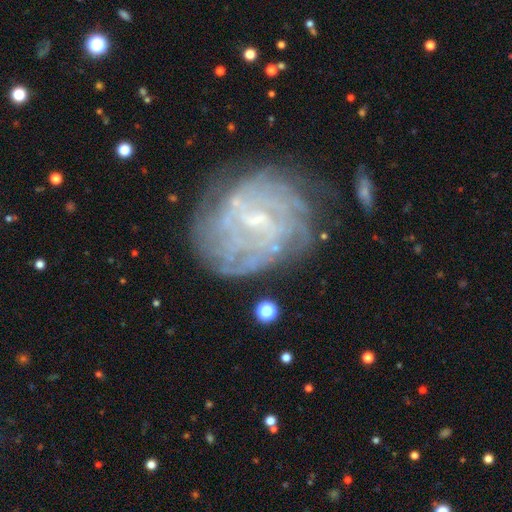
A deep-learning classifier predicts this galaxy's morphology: A featured or disk galaxy (78%) with a weak bar (57%), tight (65%) spiral arms (80%) and a small central bulge (59%). Merging: none (64%).